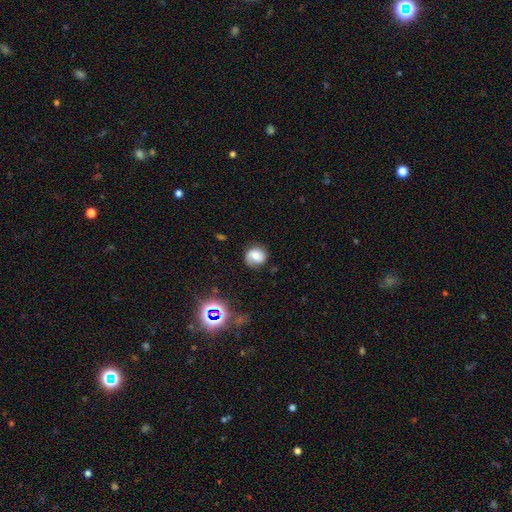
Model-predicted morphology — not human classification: smooth 52%, featured or disk 37%, star or artifact 12%. Down the decision tree: how rounded — round (76%); merging — none (71%).